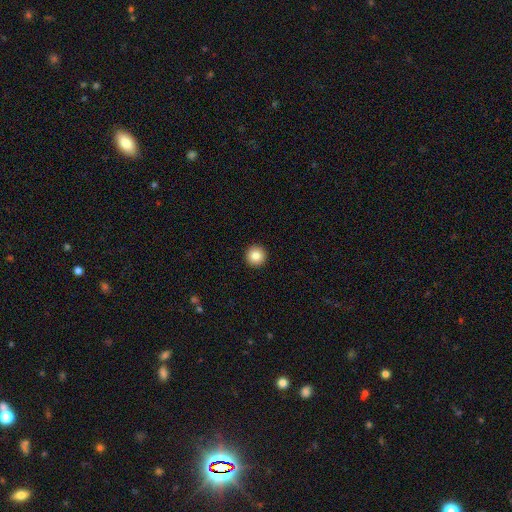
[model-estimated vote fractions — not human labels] Q: Smooth or featured?
A: smooth (85%); runner-up: star or artifact (9%)
Q: How rounded?
A: round (96%); runner-up: in between (3%)
Q: Merging?
A: none (94%); runner-up: minor disturbance (4%)